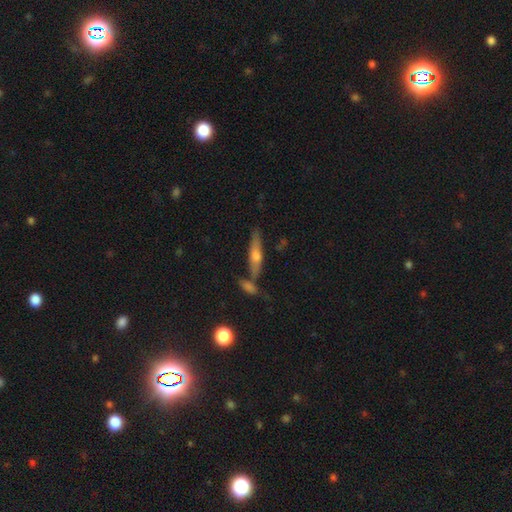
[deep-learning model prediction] Smooth or featured? featured or disk (53%)
Edge-on disk? yes (87%)
Merging? none (66%)